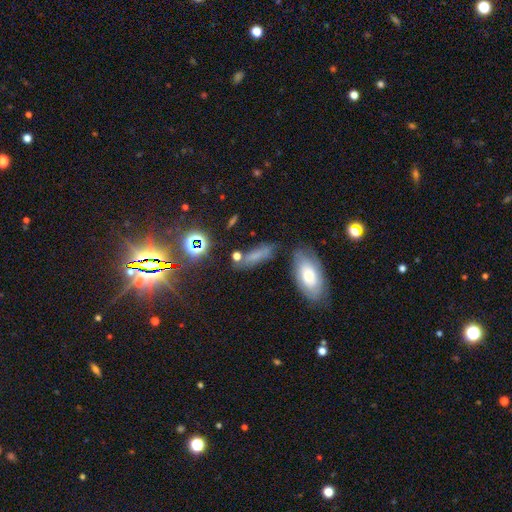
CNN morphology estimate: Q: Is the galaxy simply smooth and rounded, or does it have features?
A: smooth — 57%.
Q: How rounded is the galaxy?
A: in between — 53%.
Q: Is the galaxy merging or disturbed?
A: none — 66%.